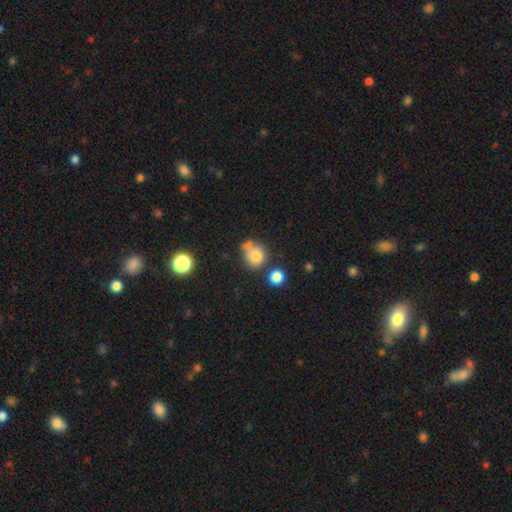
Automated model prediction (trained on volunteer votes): Overall: smooth (77%). How rounded: round (82%). Merging: none (51%; merger 27%).